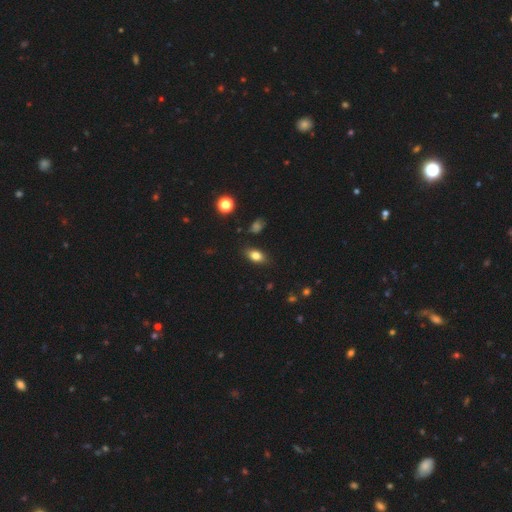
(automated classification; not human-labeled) This appears to be a smooth galaxy with no disk features (79%) that is in between round and cigar-shaped (83%). Merging: none (84%).